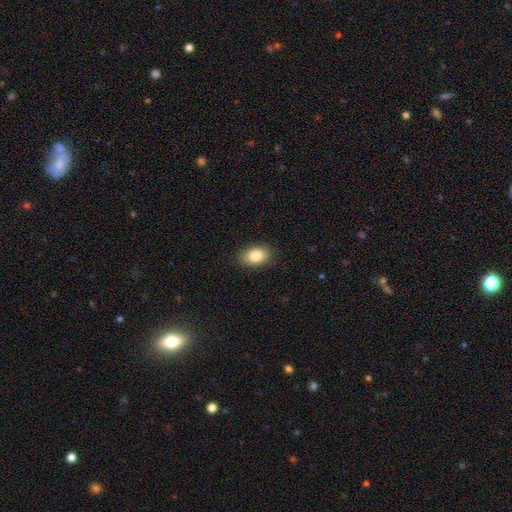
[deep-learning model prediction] Smooth or featured? smooth (85%)
How rounded? in between (89%)
Merging? none (87%)